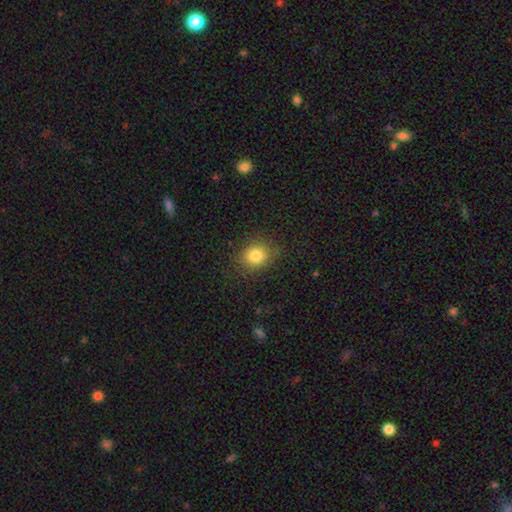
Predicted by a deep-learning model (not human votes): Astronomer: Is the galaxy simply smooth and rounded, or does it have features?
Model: smooth — 82%.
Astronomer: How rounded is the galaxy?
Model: round — 71%.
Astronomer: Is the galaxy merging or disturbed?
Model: none — 83%.